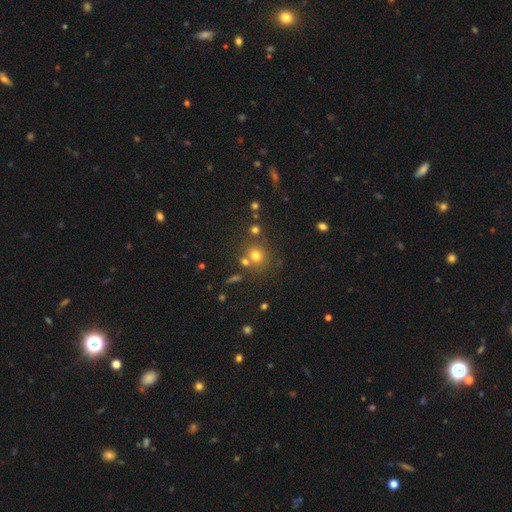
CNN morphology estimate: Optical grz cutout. It shows a smooth galaxy with no disk features (71%) that is round (87%). Merging: none (68%).